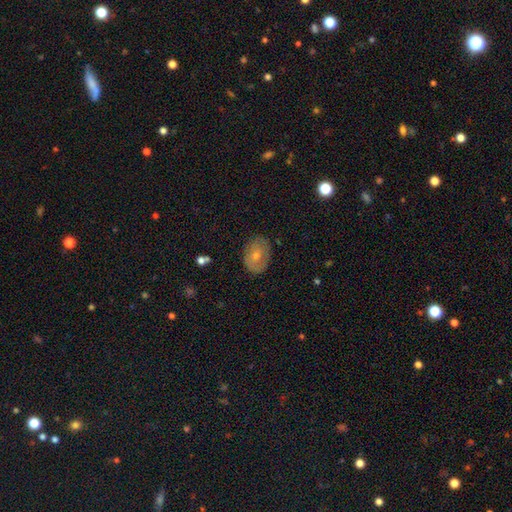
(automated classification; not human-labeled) smooth-or-featured: smooth: 46% | featured or disk: 43% | star or artifact: 11%
  merging: none: 80% | minor disturbance: 15% | major disturbance: 4% | merger: 1%